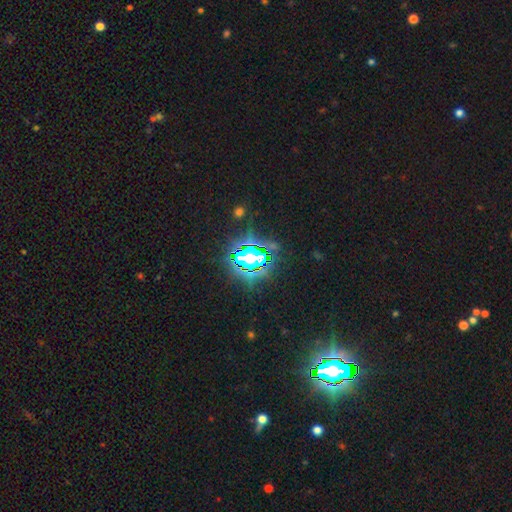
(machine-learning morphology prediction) Q: Smooth or featured?
A: star or artifact (80%); runner-up: smooth (12%)